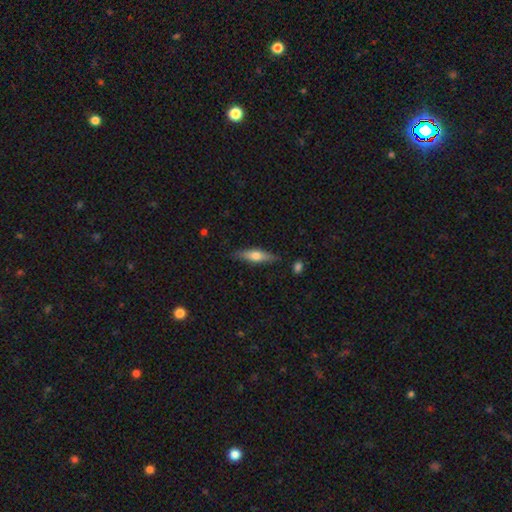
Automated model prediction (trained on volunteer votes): Morphology: type=smooth (56%); roundness=cigar-shaped (64%); merging=none (84%).